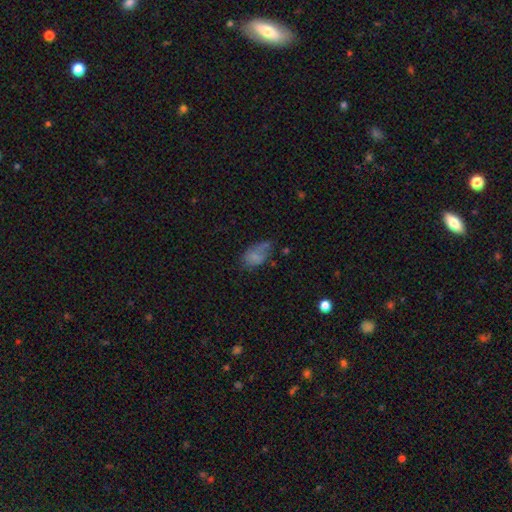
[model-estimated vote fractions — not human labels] Smooth or featured?
  - smooth: 67% *
  - featured or disk: 21%
  - star or artifact: 13%
How rounded?
  - in between: 90% *
  - round: 8%
  - cigar-shaped: 2%
Merging?
  - none: 37% *
  - minor disturbance: 33%
  - major disturbance: 23%
  - merger: 6%